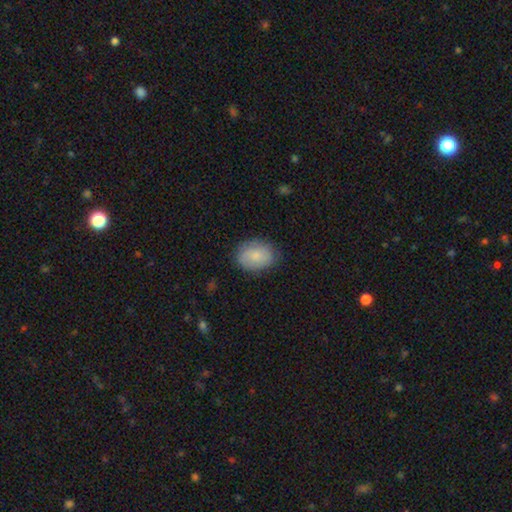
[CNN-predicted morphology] Q: Smooth or featured?
A: smooth (76%); runner-up: featured or disk (18%)
Q: How rounded?
A: in between (69%); runner-up: round (30%)
Q: Merging?
A: none (78%); runner-up: minor disturbance (17%)